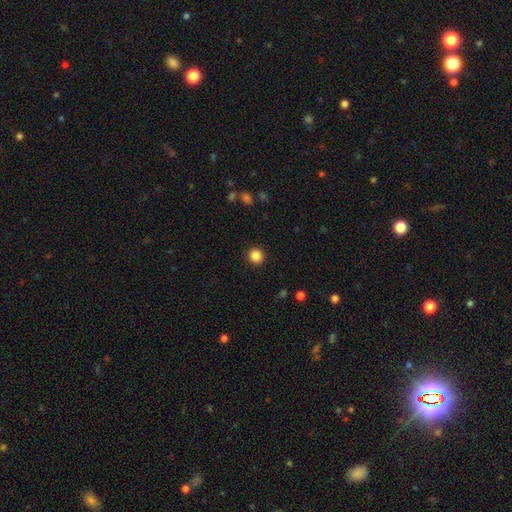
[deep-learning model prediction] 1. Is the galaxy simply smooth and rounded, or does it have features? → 86% smooth, 11% star or artifact, 3% featured or disk.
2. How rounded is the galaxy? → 94% round, 5% in between, 1% cigar-shaped.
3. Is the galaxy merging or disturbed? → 92% none, 5% minor disturbance, 2% major disturbance, 1% merger.